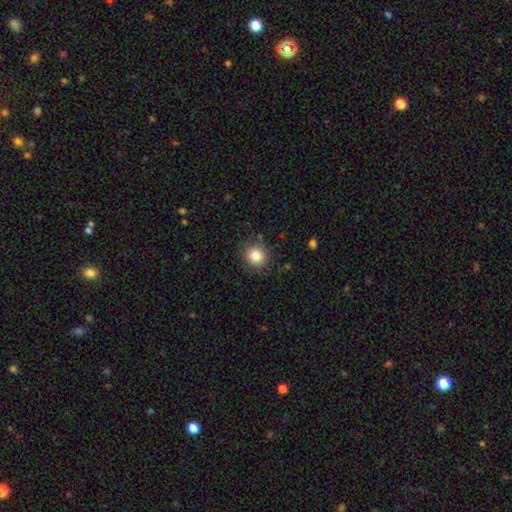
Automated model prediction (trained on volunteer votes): A smooth galaxy with no disk features (84%) that is round (89%).

Vote fractions:
- Smooth or featured? smooth: 84% / star or artifact: 10% / featured or disk: 6%
- How rounded? round: 89% / in between: 10% / cigar-shaped: 1%
- Merging? none: 85% / minor disturbance: 10% / major disturbance: 3% / merger: 2%